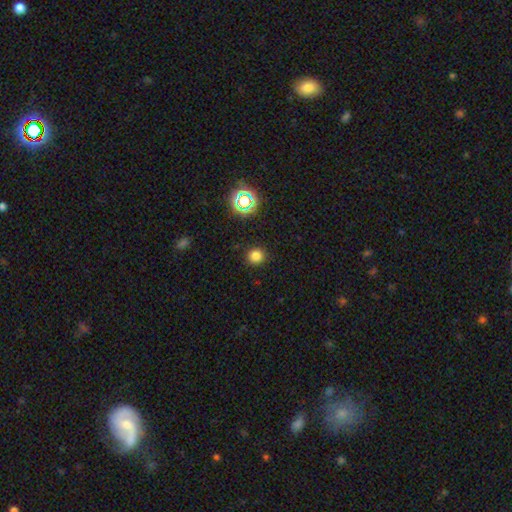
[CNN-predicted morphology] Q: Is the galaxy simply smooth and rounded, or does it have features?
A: smooth — 79%.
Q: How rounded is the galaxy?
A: round — 90%.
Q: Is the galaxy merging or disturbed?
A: none — 90%.